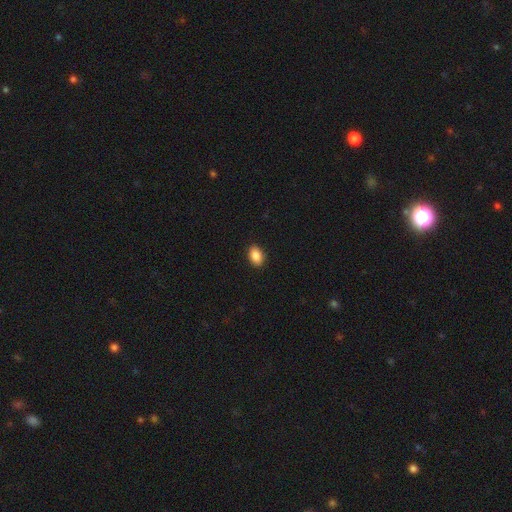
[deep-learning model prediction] This is clearly a smooth galaxy (89%). How rounded: clearly in between (87%). Merging: clearly none (90%).